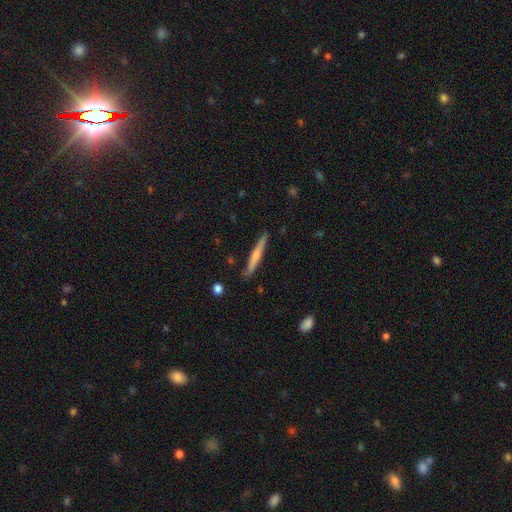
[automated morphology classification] A smooth galaxy with no disk features (52%) that is cigar-shaped (96%).

Vote fractions:
- Smooth or featured? smooth: 52% / featured or disk: 43% / star or artifact: 6%
- How rounded? cigar-shaped: 96% / in between: 3% / round: 1%
- Merging? none: 87% / minor disturbance: 9% / merger: 2% / major disturbance: 2%